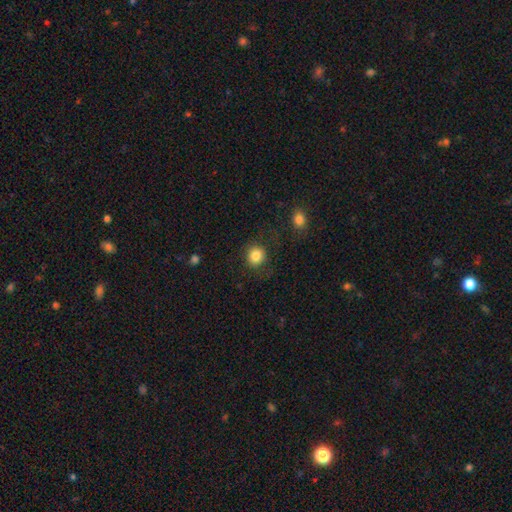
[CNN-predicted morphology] This is clearly a smooth galaxy (84%). How rounded: clearly round (88%). Merging: clearly none (82%).